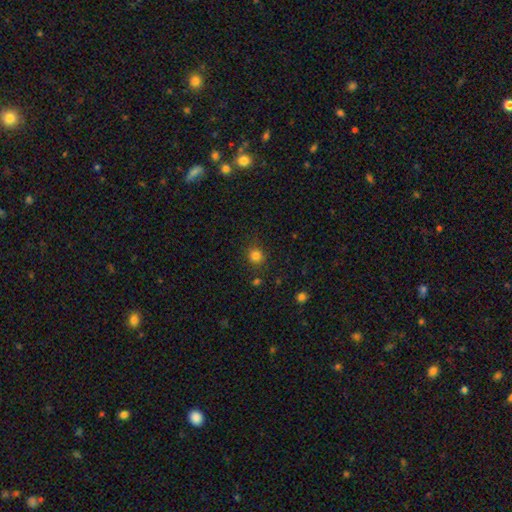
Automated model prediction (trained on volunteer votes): Smooth or featured? Predicted: smooth (p=0.81). How rounded? Predicted: round (p=0.88). Merging? Predicted: none (p=0.84).